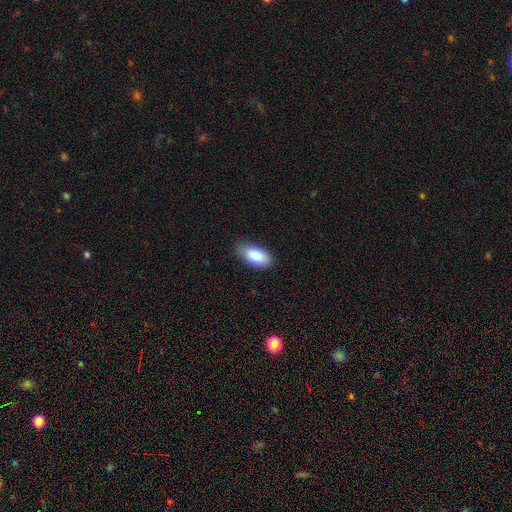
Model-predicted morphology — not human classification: This appears to be a smooth galaxy with no disk features (88%) that is in between round and cigar-shaped (93%). Merging: none (81%).